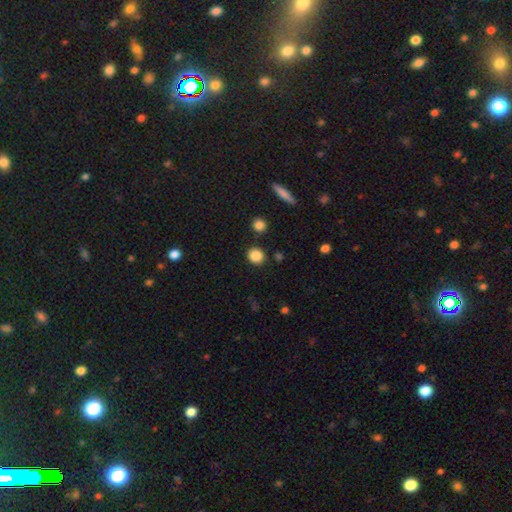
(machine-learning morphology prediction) Smooth or featured?
  - smooth: 86% *
  - star or artifact: 10%
  - featured or disk: 4%
How rounded?
  - round: 87% *
  - in between: 11%
  - cigar-shaped: 1%
Merging?
  - none: 88% *
  - minor disturbance: 6%
  - merger: 3%
  - major disturbance: 2%